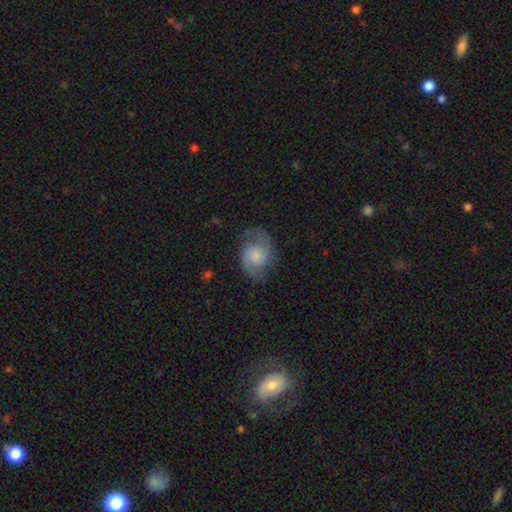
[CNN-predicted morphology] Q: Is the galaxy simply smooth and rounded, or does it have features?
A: featured or disk — 76%.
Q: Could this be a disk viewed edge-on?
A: no — 98%.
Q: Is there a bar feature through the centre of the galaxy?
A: no — 61%.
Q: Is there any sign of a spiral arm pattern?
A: yes — 95%.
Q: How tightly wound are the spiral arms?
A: medium — 55%.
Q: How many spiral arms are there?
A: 2 — 91%.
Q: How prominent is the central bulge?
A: moderate — 32%.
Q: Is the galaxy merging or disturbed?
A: none — 73%.